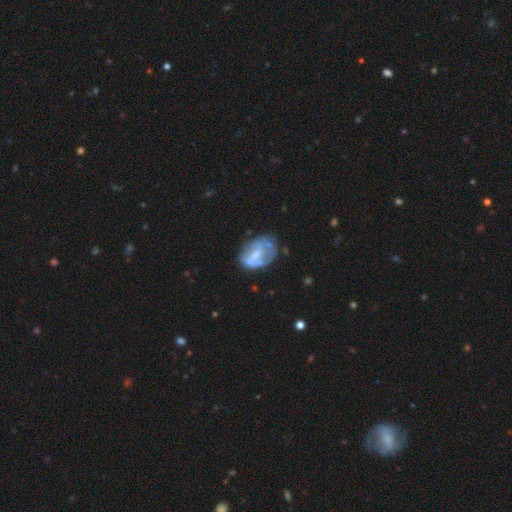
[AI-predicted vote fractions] A featured or disk galaxy (53%) with no bar (61%), no spiral arms (73%) and a small central bulge (40%).

Vote fractions:
- Smooth or featured? featured or disk: 53% / smooth: 38% / star or artifact: 8%
- Edge-on disk? no: 97% / yes: 3%
- Bar? no: 61% / weak: 30% / strong: 9%
- Spiral arms? no: 73% / yes: 27%
- Bulge size? small: 40% / moderate: 35% / none: 21% / large: 3% / dominant: 1%
- Merging? none: 45% / minor disturbance: 29% / major disturbance: 20% / merger: 7%